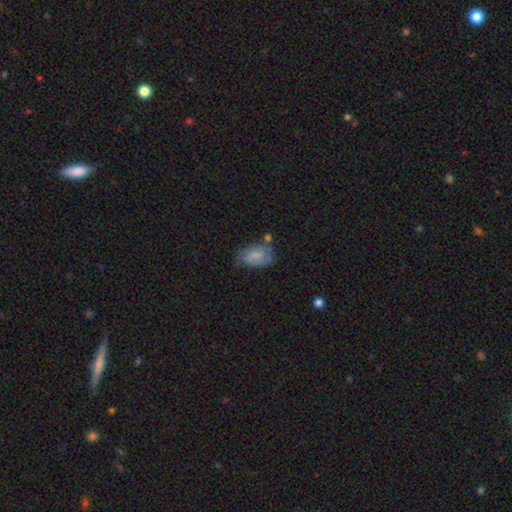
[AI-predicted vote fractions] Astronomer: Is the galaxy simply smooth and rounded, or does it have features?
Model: smooth — 60%.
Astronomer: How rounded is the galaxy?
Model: in between — 87%.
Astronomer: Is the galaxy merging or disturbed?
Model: none — 49% (runner-up: minor disturbance, 32%).